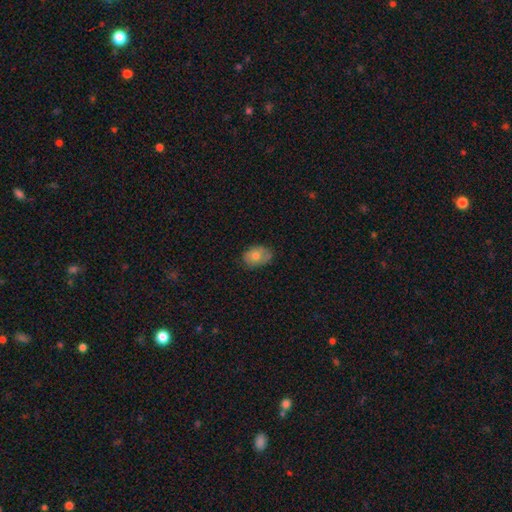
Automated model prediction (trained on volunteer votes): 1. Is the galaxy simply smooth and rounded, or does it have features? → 71% smooth, 21% featured or disk, 8% star or artifact.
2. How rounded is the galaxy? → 75% in between, 24% round, 1% cigar-shaped.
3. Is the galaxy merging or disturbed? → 74% none, 21% minor disturbance, 4% major disturbance, 1% merger.